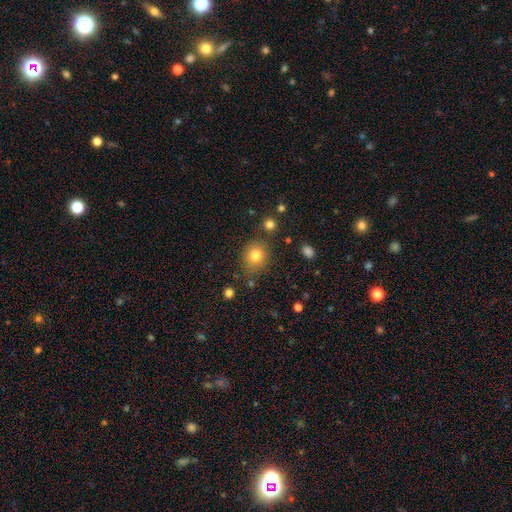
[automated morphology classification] Overall: smooth (80%). How rounded: round (74%). Merging: none (77%).